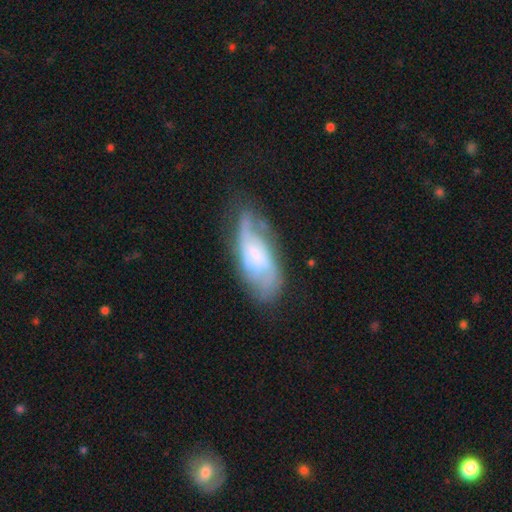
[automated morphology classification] Overall: featured or disk (66%; smooth 26%). Edge-on disk: no (89%). Bar: no (52%; weak 38%). Spiral arms: yes (87%). Spiral arm count: 2 (55%; can't tell 27%). Spiral winding: medium (43%; tight 31%). Bulge size: small (47%; moderate 23%). Merging: none (58%; minor disturbance 26%).